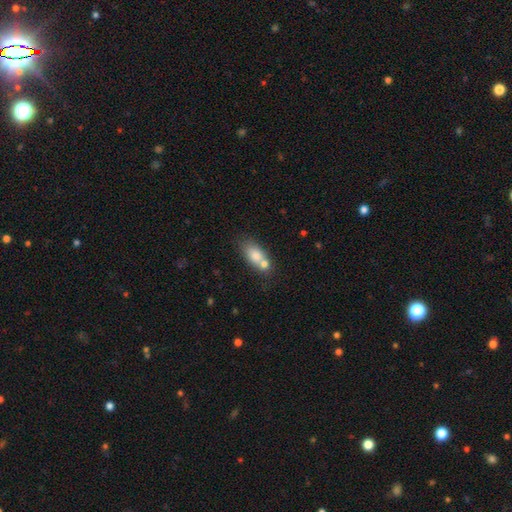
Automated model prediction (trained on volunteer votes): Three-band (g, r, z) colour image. It shows a smooth galaxy with no disk features (76%) that is in between round and cigar-shaped (80%). Merging: none (45%).